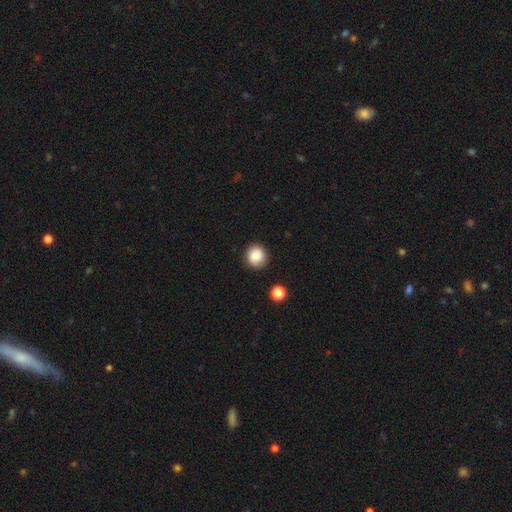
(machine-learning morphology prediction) A smooth galaxy with no disk features (86%) that is round (90%).

Vote fractions:
- Smooth or featured? smooth: 86% / star or artifact: 9% / featured or disk: 4%
- How rounded? round: 90% / in between: 9% / cigar-shaped: 1%
- Merging? none: 87% / minor disturbance: 9% / major disturbance: 2% / merger: 2%